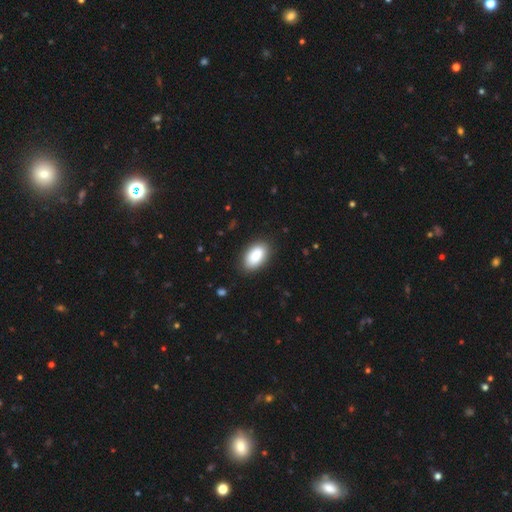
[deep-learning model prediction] A smooth galaxy with no disk features (88%) that is in between round and cigar-shaped (94%). Merging: none (87%).